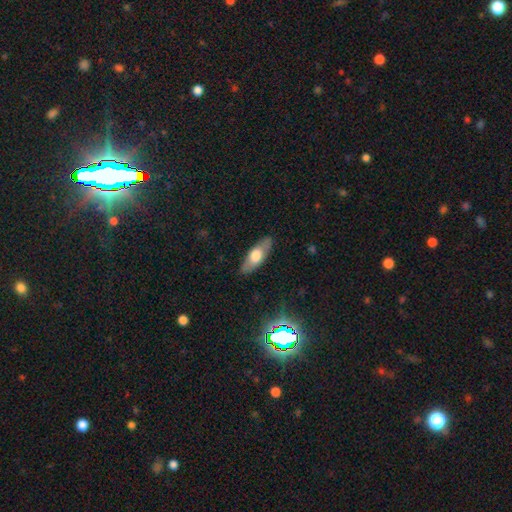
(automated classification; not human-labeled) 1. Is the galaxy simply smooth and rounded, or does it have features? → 58% smooth, 36% featured or disk, 7% star or artifact.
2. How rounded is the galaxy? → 64% in between, 33% cigar-shaped, 3% round.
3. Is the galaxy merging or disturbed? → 86% none, 10% minor disturbance, 2% major disturbance, 1% merger.